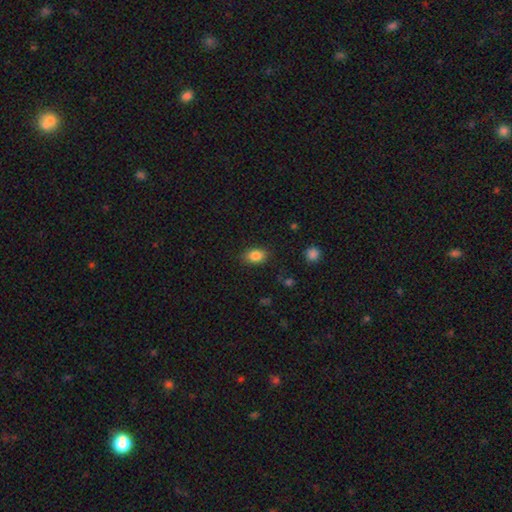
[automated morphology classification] The model was most divided on "how rounded": in between: 77%, round: 22%, cigar-shaped: 1%. More confident: smooth or featured — smooth (85%); merging — none (84%).